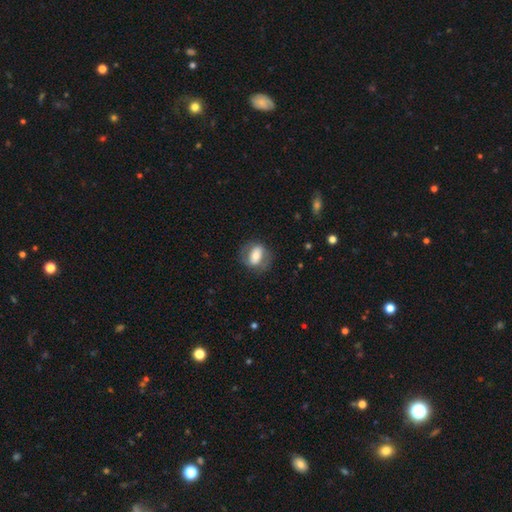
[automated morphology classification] smooth 57%, featured or disk 36%, star or artifact 7%. Down the decision tree: how rounded — in between (70%); merging — none (72%).